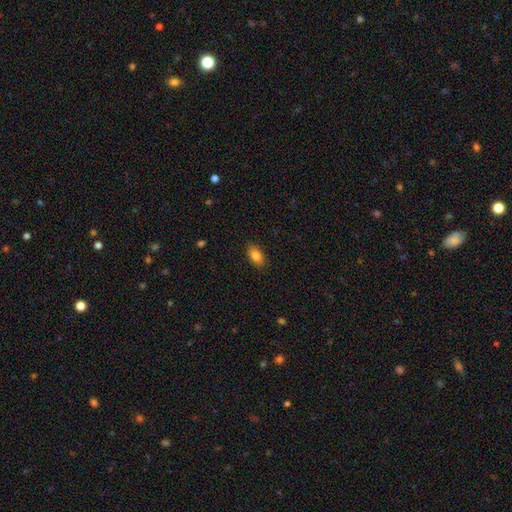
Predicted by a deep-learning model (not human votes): A smooth galaxy with no disk features (84%) that is in between round and cigar-shaped (91%). Merging: none (88%).